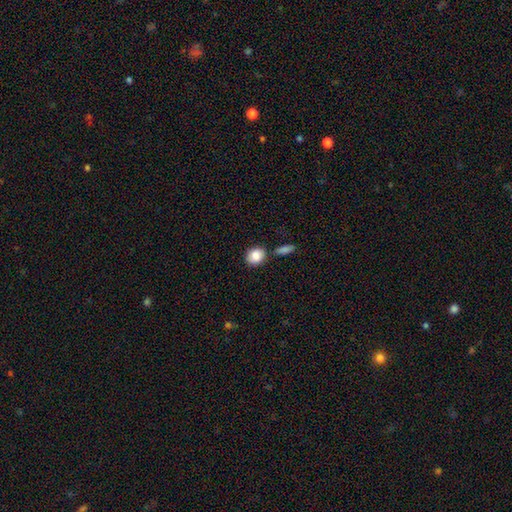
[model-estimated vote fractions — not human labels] This appears to be a smooth galaxy with no disk features (86%) that is round (57%). Merging: none (74%).